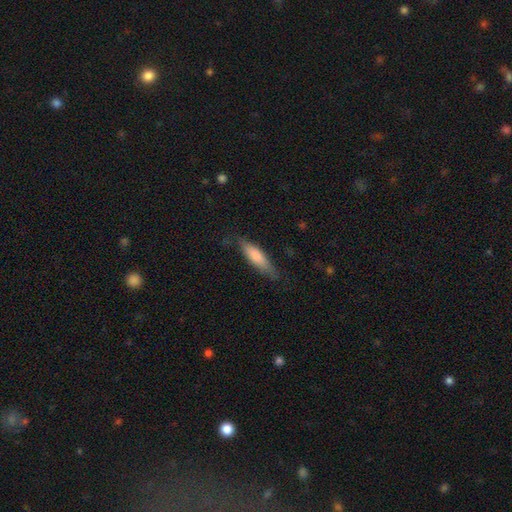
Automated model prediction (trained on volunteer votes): smooth-or-featured: smooth: 75% | featured or disk: 20% | star or artifact: 5%
  how-rounded: cigar-shaped: 66% | in between: 33% | round: 2%
  merging: none: 75% | minor disturbance: 20% | major disturbance: 5% | merger: 1%